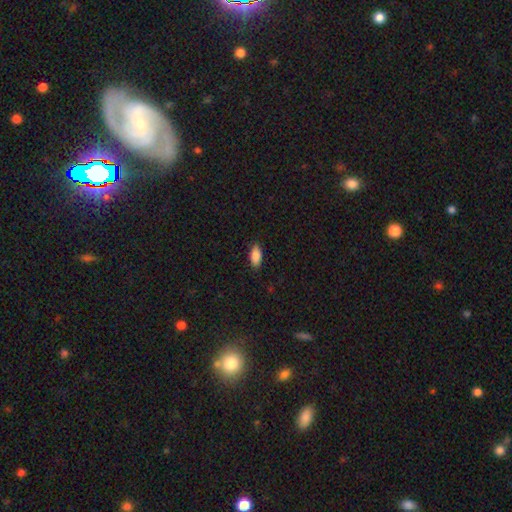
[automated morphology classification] Q: Smooth or featured?
A: smooth (87%); runner-up: star or artifact (7%)
Q: How rounded?
A: in between (89%); runner-up: cigar-shaped (9%)
Q: Merging?
A: none (86%); runner-up: minor disturbance (11%)